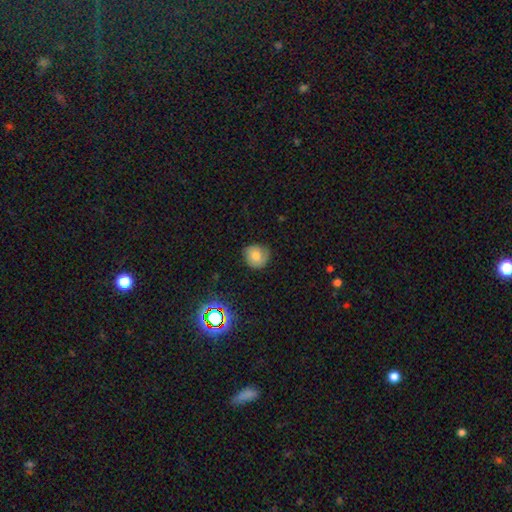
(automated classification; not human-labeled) A smooth galaxy with no disk features (72%) that is round (86%).

Vote fractions:
- Smooth or featured? smooth: 72% / featured or disk: 15% / star or artifact: 13%
- How rounded? round: 86% / in between: 13% / cigar-shaped: 1%
- Merging? none: 77% / minor disturbance: 18% / major disturbance: 4% / merger: 1%